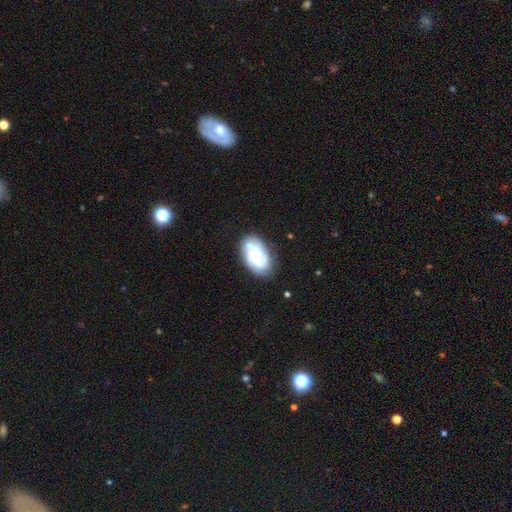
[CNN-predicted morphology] A featured or disk galaxy (78%) with no bar (67%), 3 (40%) tight (52%) spiral arms (93%) and a moderate central bulge (50%). Merging: none (70%).